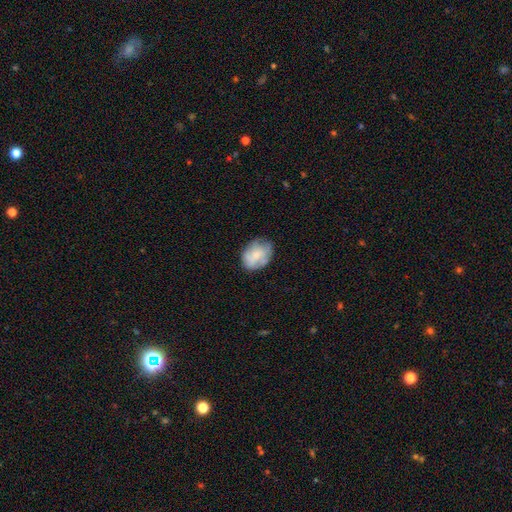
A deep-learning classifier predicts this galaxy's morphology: Smooth or featured?
  - smooth: 59% *
  - featured or disk: 34%
  - star or artifact: 8%
How rounded?
  - in between: 68% *
  - round: 31%
  - cigar-shaped: 1%
Merging?
  - none: 65% *
  - minor disturbance: 24%
  - major disturbance: 9%
  - merger: 2%